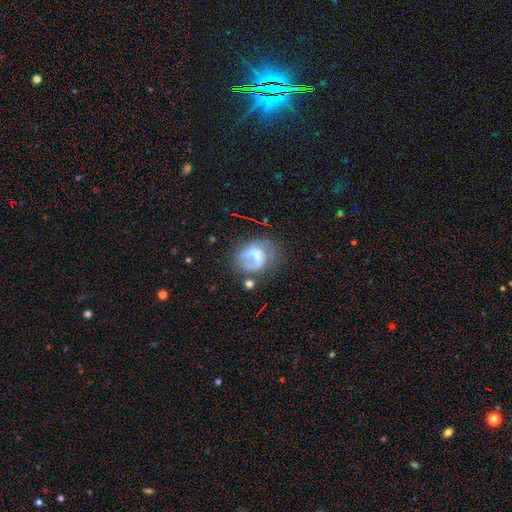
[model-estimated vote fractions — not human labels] A featured or disk galaxy (49%). Merging: none (37%).